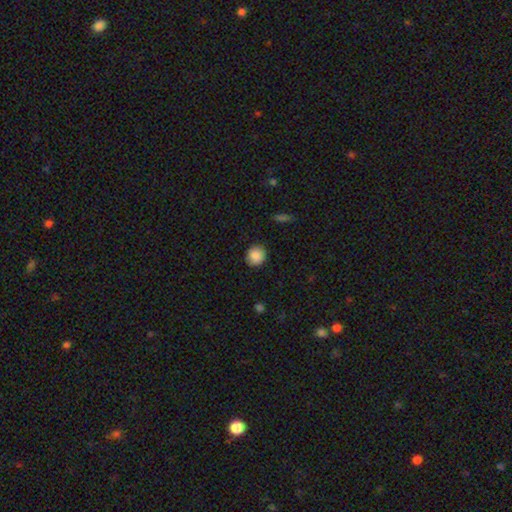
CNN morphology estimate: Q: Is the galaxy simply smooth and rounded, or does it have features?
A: smooth — 88%.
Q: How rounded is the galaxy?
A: round — 86%.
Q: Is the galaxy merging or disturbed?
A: none — 89%.